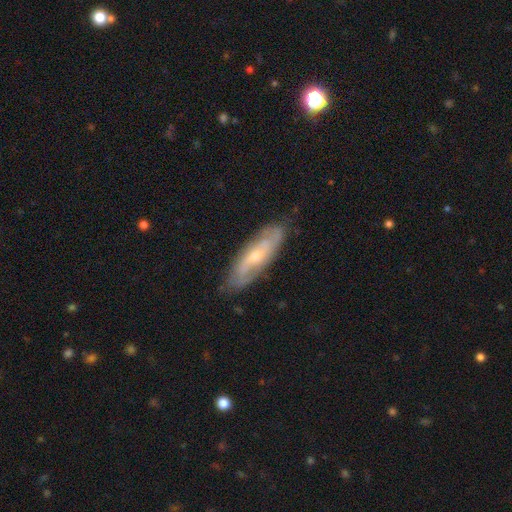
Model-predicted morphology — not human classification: A featured or disk galaxy (71%) with no bar (53%), spiral arms (86%) and a small central bulge (54%). Merging: none (78%).